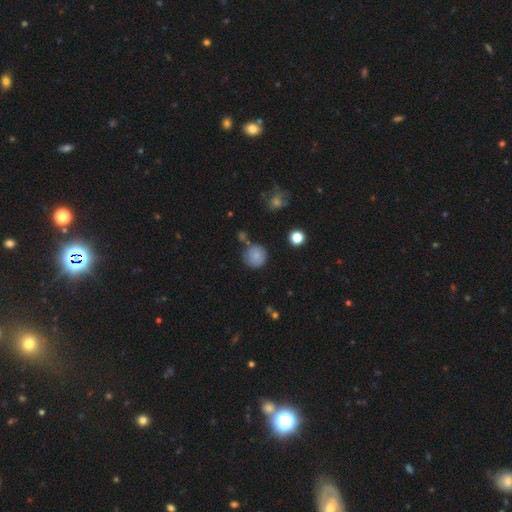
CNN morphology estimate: type=smooth (81%); roundness=round (92%); merging=none (72%).